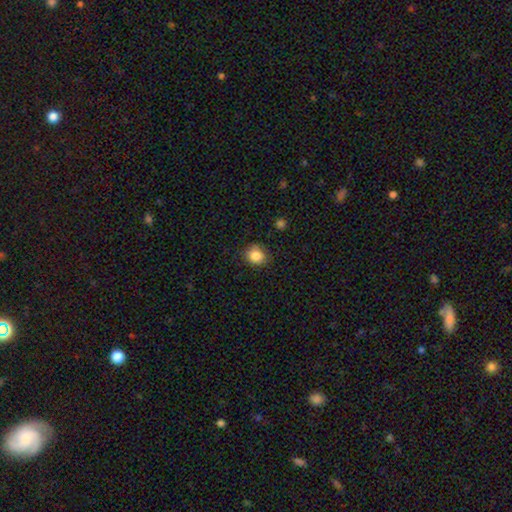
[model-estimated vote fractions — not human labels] Overall: smooth (85%). How rounded: round (81%). Merging: none (83%).